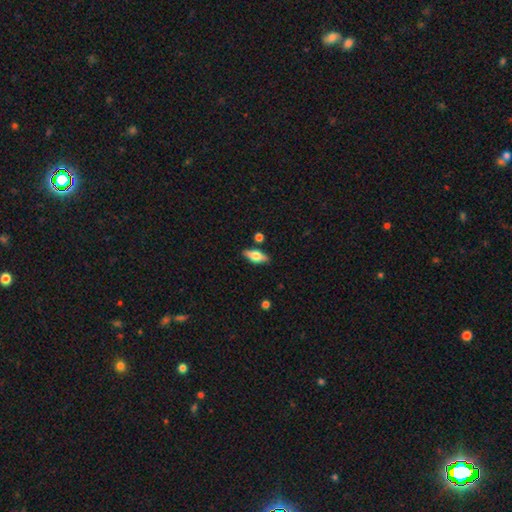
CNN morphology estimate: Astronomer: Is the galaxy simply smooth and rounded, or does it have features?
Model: smooth — 60%.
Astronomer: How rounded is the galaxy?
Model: in between — 78%.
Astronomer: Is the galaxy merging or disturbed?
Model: none — 83%.